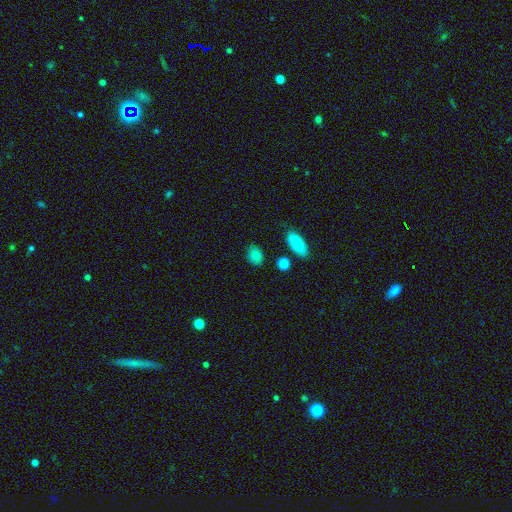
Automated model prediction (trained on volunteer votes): Morphology: type=smooth (84%); roundness=in between (68%); merging=none (82%).